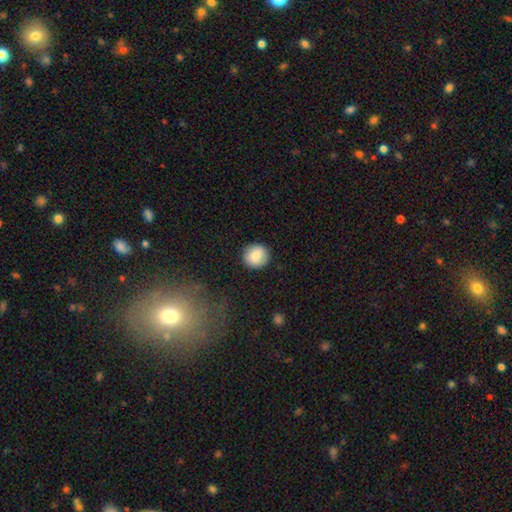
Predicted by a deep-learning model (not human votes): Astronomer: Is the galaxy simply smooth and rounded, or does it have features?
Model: smooth — 84%.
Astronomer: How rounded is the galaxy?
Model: round — 90%.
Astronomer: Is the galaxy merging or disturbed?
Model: none — 89%.